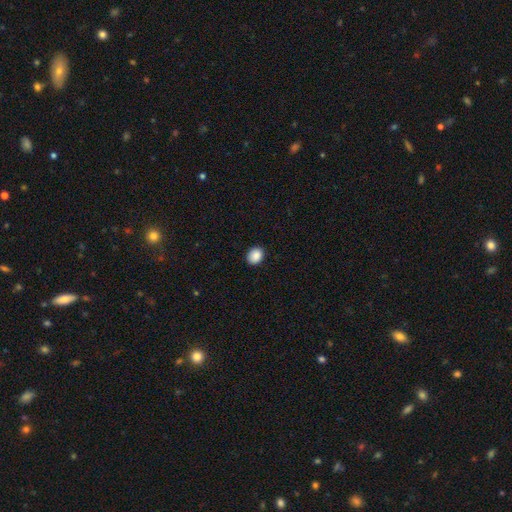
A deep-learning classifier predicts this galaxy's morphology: smooth_or_featured: smooth (p=0.88) [alt: star or artifact p=0.08]
how_rounded: round (p=0.59) [alt: in between p=0.40]
merging: none (p=0.89) [alt: minor disturbance p=0.08]